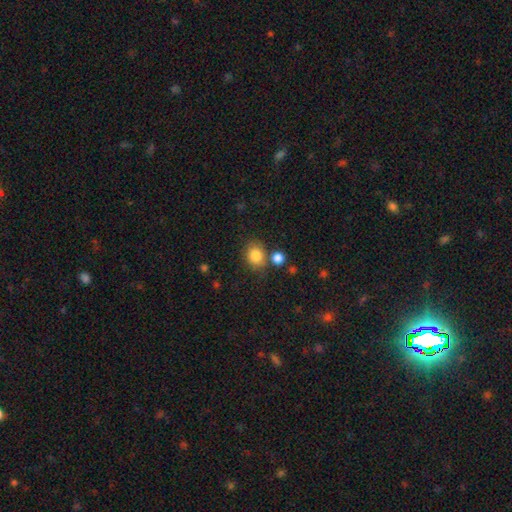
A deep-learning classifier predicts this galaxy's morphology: This appears to be a smooth galaxy with no disk features (83%) that is round (61%). Merging: none (69%).